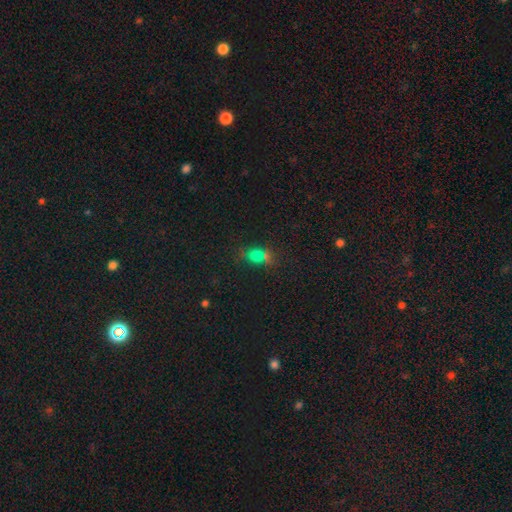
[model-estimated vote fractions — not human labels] Overall: smooth (63%; star or artifact 29%). How rounded: round (54%; in between 42%). Merging: none (63%).